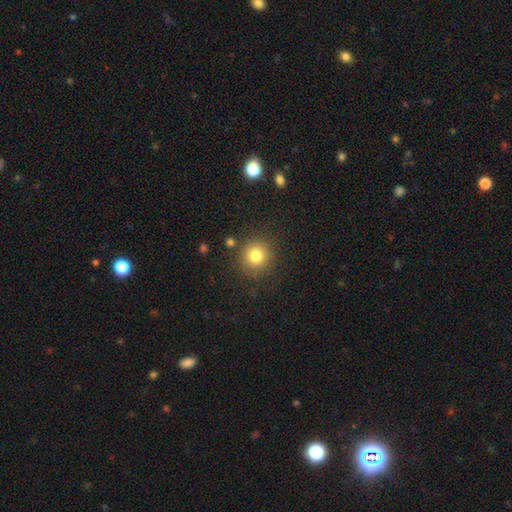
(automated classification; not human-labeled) A smooth galaxy with no disk features (81%) that is round (90%). Merging: none (85%).